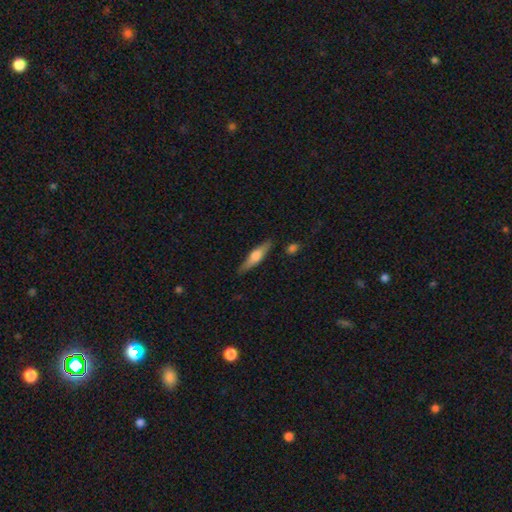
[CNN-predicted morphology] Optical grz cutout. It shows a featured or disk galaxy (48%). Merging: none (84%).